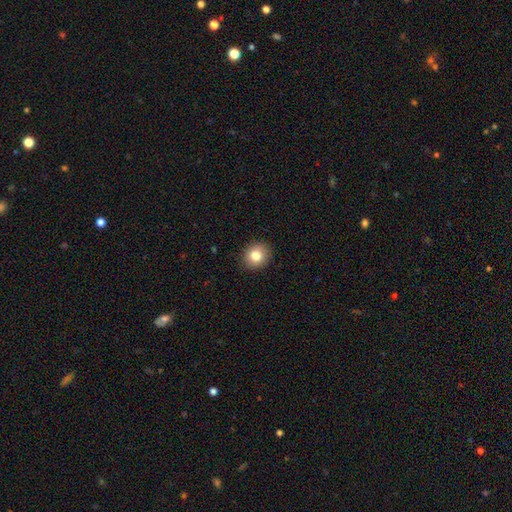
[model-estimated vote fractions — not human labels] smooth_or_featured: smooth (p=0.81) [alt: star or artifact p=0.10]
how_rounded: round (p=0.80) [alt: in between p=0.19]
merging: none (p=0.90) [alt: minor disturbance p=0.07]